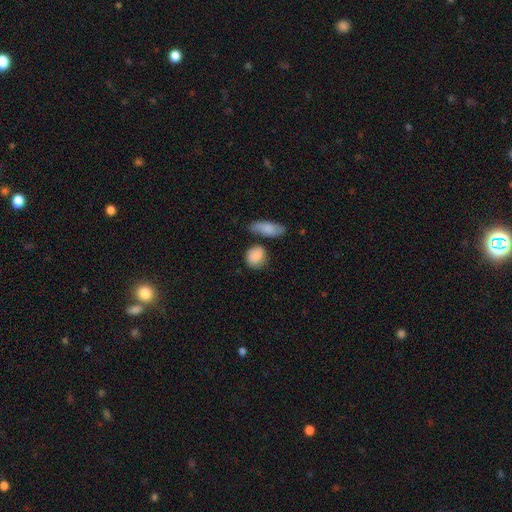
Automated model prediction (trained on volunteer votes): The model was most divided on "how rounded": round: 61%, in between: 36%, cigar-shaped: 3%. More confident: smooth or featured — smooth (86%); merging — none (61%).